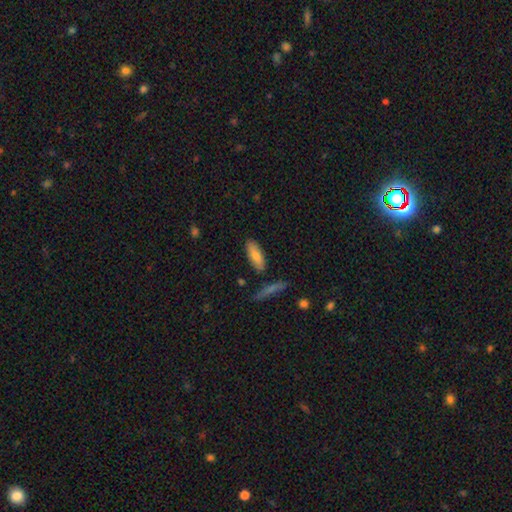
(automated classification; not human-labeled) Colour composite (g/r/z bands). It shows a smooth galaxy with no disk features (73%) that is in between round and cigar-shaped (71%). Merging: none (81%).